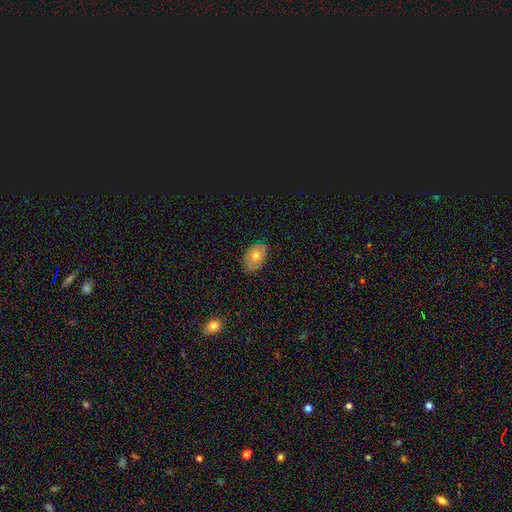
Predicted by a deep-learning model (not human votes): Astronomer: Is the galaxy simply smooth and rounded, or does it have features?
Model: smooth — 52% (runner-up: featured or disk, 38%).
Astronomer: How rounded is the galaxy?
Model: in between — 81%.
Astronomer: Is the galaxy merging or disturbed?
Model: none — 79%.